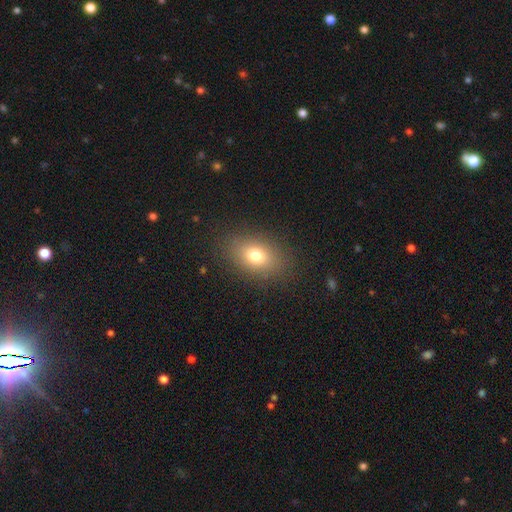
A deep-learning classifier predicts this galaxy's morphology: A smooth galaxy with no disk features (75%) that is in between round and cigar-shaped (79%).

Vote fractions:
- Smooth or featured? smooth: 75% / featured or disk: 13% / star or artifact: 13%
- How rounded? in between: 79% / round: 19% / cigar-shaped: 2%
- Merging? none: 85% / minor disturbance: 9% / major disturbance: 4% / merger: 1%